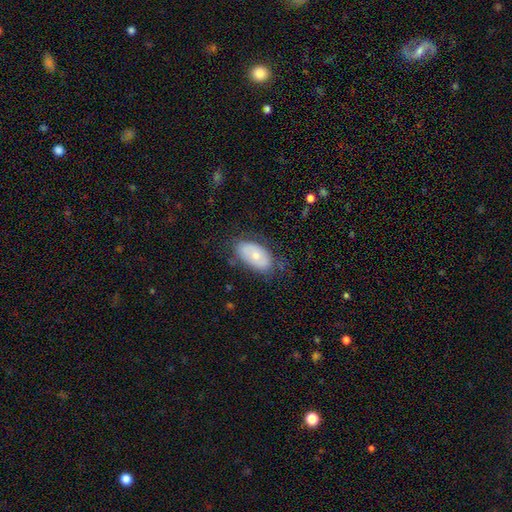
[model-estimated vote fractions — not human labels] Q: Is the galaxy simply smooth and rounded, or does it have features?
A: smooth — 58%.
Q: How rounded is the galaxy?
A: in between — 93%.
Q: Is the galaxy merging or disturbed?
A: none — 71%.